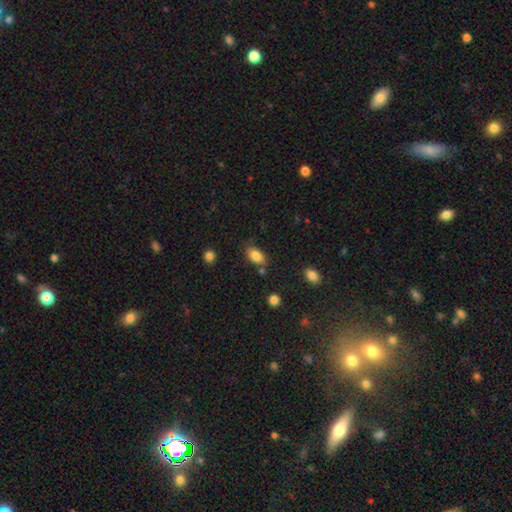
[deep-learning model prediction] Smooth or featured: smooth — 85% (star or artifact — 8%)
How rounded: in between — 89% (round — 9%)
Merging: none — 73% (minor disturbance — 16%)